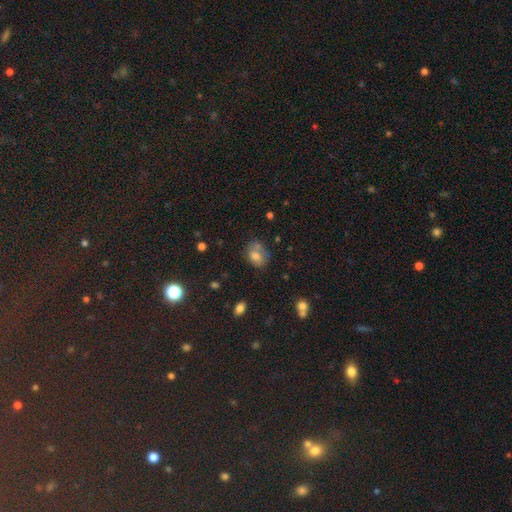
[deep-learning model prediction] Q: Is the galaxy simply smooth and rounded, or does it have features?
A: smooth — 68%.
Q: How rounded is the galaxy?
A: in between — 60%.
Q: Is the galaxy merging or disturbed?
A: none — 47%.